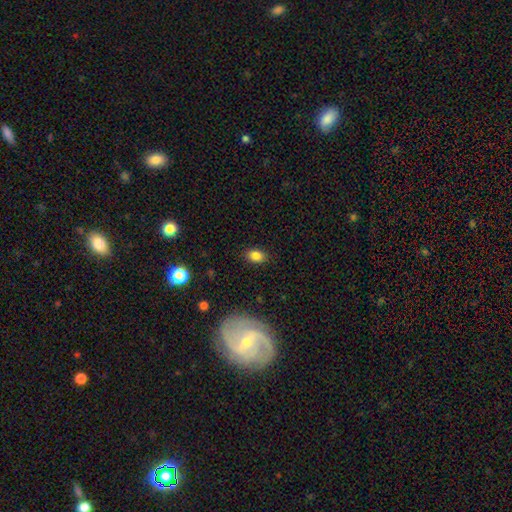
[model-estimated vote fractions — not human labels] Smooth or featured? Predicted: smooth (p=0.83). How rounded? Predicted: in between (p=0.79). Merging? Predicted: none (p=0.87).